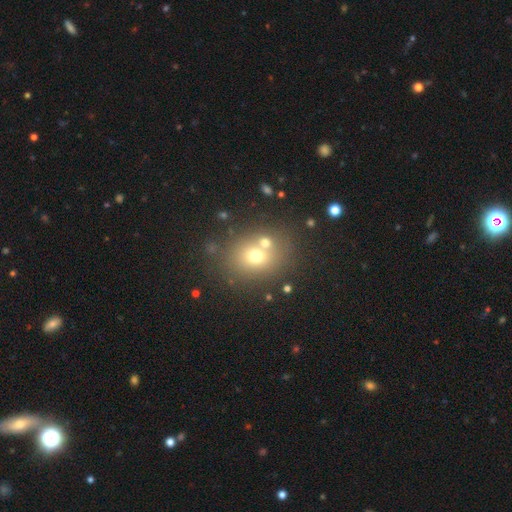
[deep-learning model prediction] smooth_or_featured: smooth (p=0.66) [alt: featured or disk p=0.17]
how_rounded: round (p=0.64) [alt: in between p=0.35]
merging: none (p=0.60) [alt: merger p=0.25]